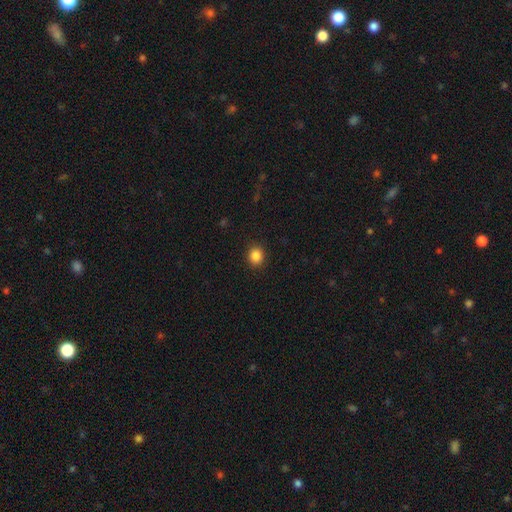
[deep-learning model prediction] Smooth or featured? Predicted: smooth (p=0.86). How rounded? Predicted: round (p=0.81). Merging? Predicted: none (p=0.91).